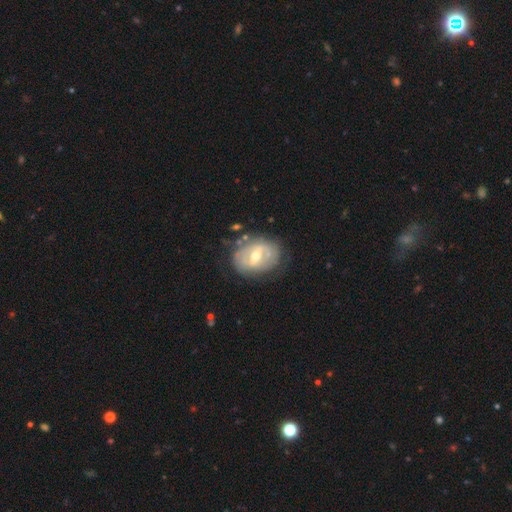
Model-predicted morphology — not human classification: A featured or disk galaxy (71%) with a weak bar (45%), spiral arms (55%) and a moderate central bulge (71%). Merging: none (70%).